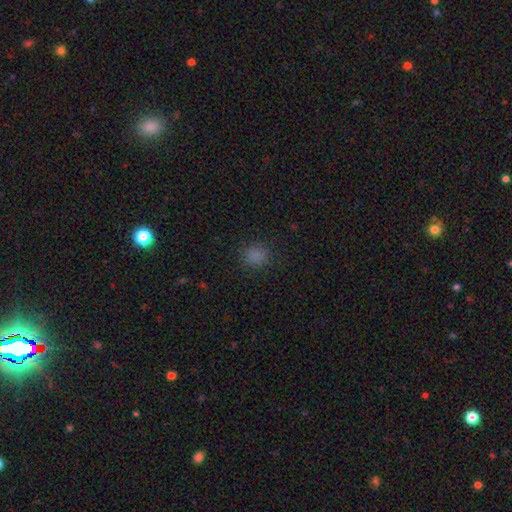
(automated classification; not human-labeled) This appears to be a smooth galaxy with no disk features (81%) that is round (81%). Merging: none (87%).